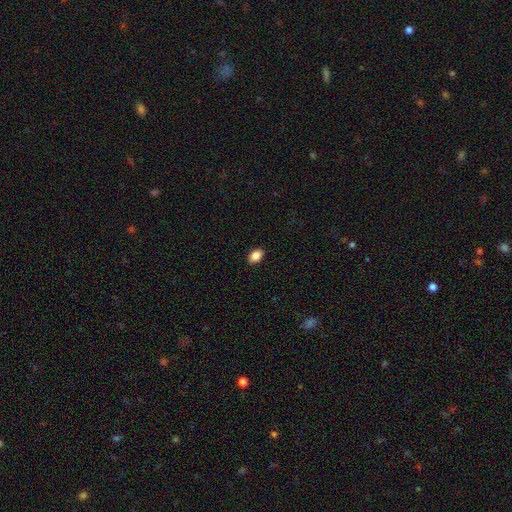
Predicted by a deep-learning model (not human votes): Smooth or featured? smooth (87%)
How rounded? in between (81%)
Merging? none (90%)